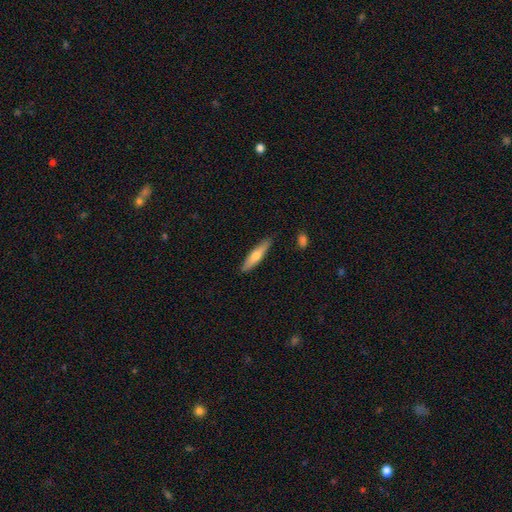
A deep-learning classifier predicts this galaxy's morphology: Q: Smooth or featured?
A: smooth (56%); runner-up: featured or disk (38%)
Q: How rounded?
A: cigar-shaped (83%); runner-up: in between (16%)
Q: Merging?
A: none (87%); runner-up: minor disturbance (10%)